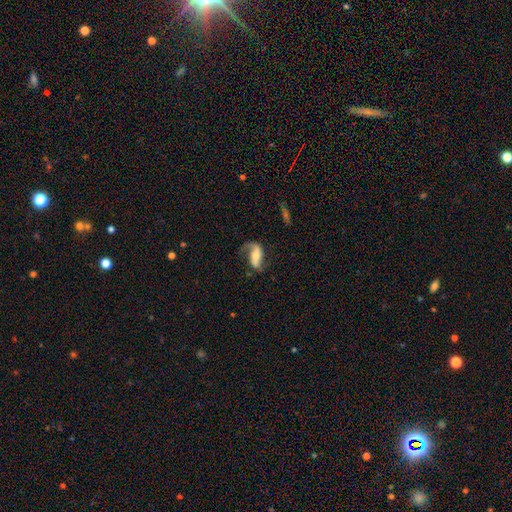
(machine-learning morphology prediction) Q: Smooth or featured?
A: featured or disk (72%); runner-up: smooth (22%)
Q: Edge-on disk?
A: no (94%); runner-up: yes (6%)
Q: Bar?
A: no (41%); runner-up: weak (31%)
Q: Spiral arms?
A: yes (90%); runner-up: no (10%)
Q: Spiral winding?
A: loose (64%); runner-up: medium (26%)
Q: Spiral arm count?
A: 2 (71%); runner-up: 1 (23%)
Q: Bulge size?
A: moderate (50%); runner-up: small (37%)
Q: Merging?
A: none (53%); runner-up: minor disturbance (22%)